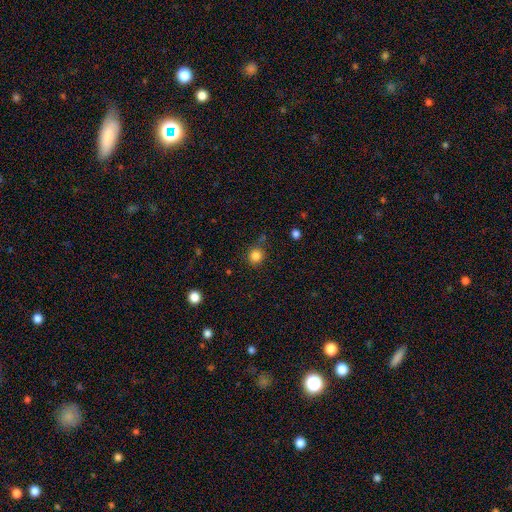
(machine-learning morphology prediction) smooth_or_featured: smooth (p=0.84) [alt: star or artifact p=0.12]
how_rounded: round (p=0.91) [alt: in between p=0.08]
merging: none (p=0.78) [alt: minor disturbance p=0.14]